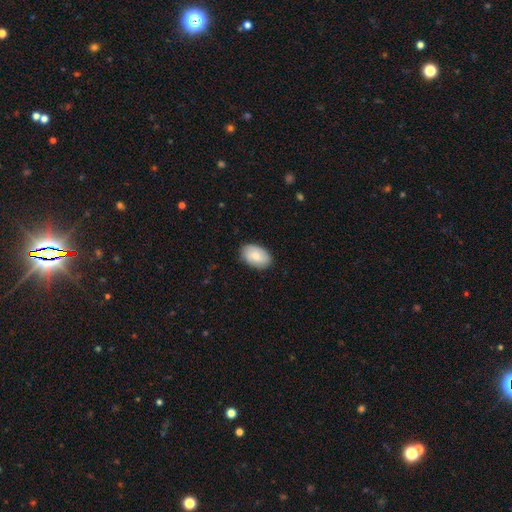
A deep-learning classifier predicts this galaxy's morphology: The model was most divided on "smooth or featured": smooth: 79%, featured or disk: 15%, star or artifact: 6%. More confident: how rounded — in between (91%); merging — none (84%).